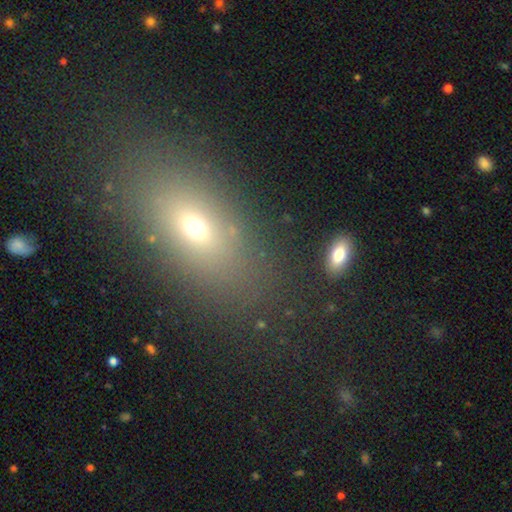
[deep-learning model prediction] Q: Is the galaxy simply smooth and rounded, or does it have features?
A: smooth — 61%.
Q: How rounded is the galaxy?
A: in between — 74%.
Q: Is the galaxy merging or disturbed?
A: none — 82%.